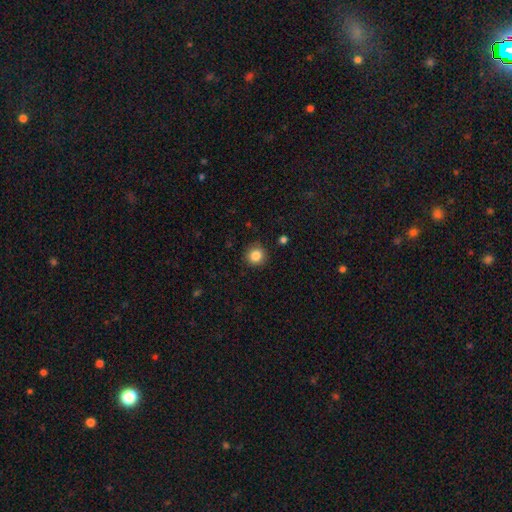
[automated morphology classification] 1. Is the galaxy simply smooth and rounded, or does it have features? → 85% smooth, 10% star or artifact, 5% featured or disk.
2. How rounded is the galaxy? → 92% round, 7% in between, 1% cigar-shaped.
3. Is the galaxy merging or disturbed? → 89% none, 8% minor disturbance, 2% major disturbance, 1% merger.